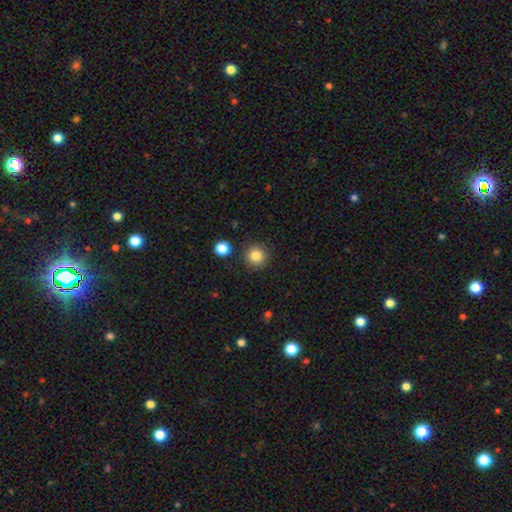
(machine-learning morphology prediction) smooth-or-featured: smooth: 84% | star or artifact: 11% | featured or disk: 6%
  how-rounded: round: 94% | in between: 5% | cigar-shaped: 1%
  merging: none: 88% | minor disturbance: 6% | merger: 3% | major disturbance: 2%